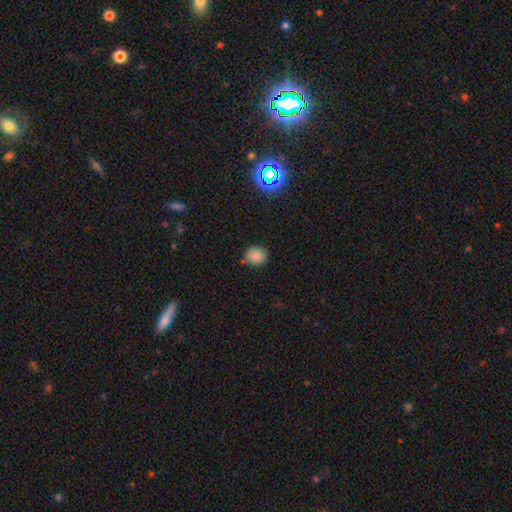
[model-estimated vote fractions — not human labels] smooth 83%, star or artifact 13%, featured or disk 5%. Down the decision tree: how rounded — round (76%); merging — none (83%).